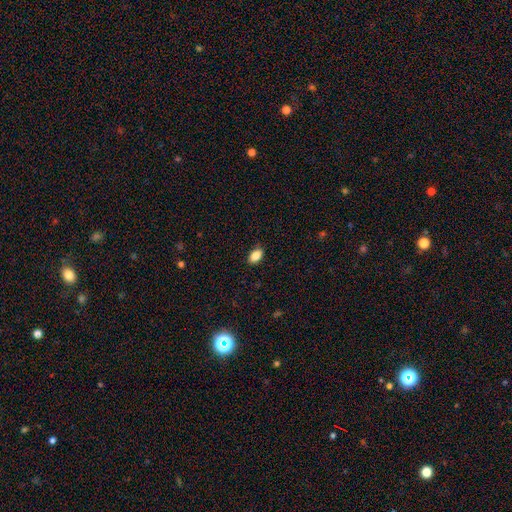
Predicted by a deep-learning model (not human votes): smooth 87%, star or artifact 8%, featured or disk 5%. Down the decision tree: how rounded — in between (89%); merging — none (86%).